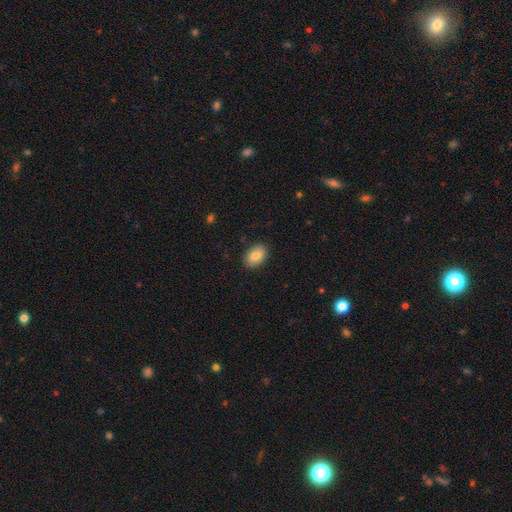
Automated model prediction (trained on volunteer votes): Smooth or featured?
  - smooth: 84% *
  - featured or disk: 9%
  - star or artifact: 7%
How rounded?
  - in between: 82% *
  - round: 17%
  - cigar-shaped: 1%
Merging?
  - none: 89% *
  - minor disturbance: 8%
  - major disturbance: 2%
  - merger: 1%